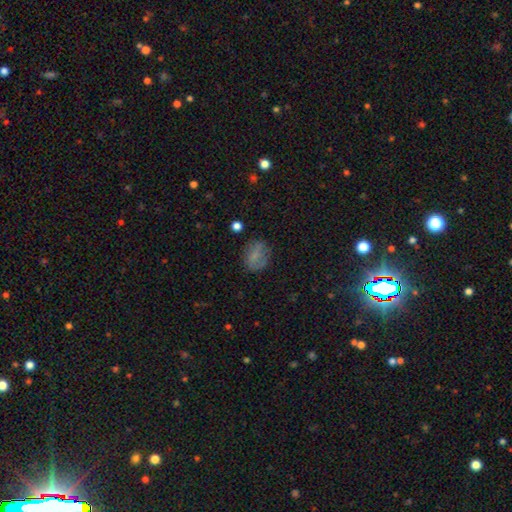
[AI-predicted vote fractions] Smooth or featured? Predicted: smooth (p=0.69). How rounded? Predicted: in between (p=0.56). Merging? Predicted: none (p=0.71).